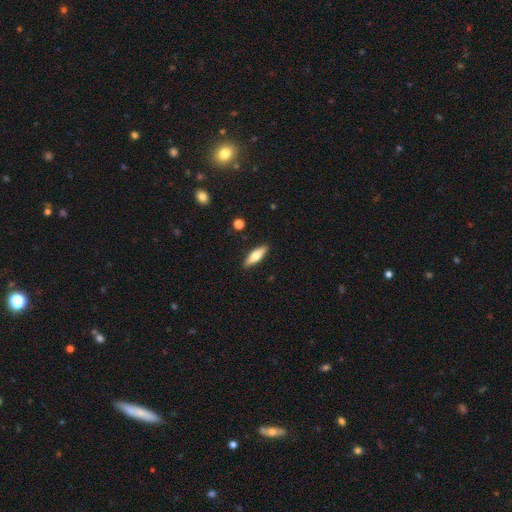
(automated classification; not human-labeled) This appears to be a smooth galaxy with no disk features (56%) that is cigar-shaped (56%). Merging: none (89%).